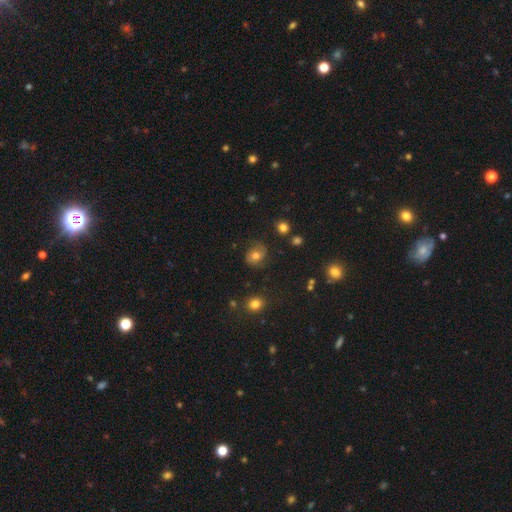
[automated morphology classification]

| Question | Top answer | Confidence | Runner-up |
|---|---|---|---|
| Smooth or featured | smooth | 57% | featured or disk (29%) |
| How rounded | round | 65% | in between (34%) |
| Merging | none | 72% | minor disturbance (18%) |